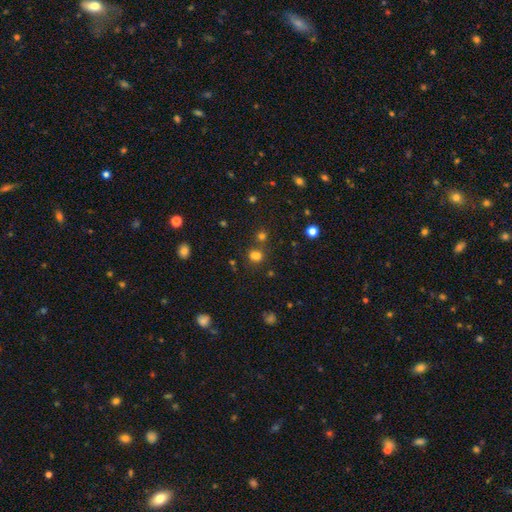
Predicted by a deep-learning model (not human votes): Q: Smooth or featured?
A: smooth (69%); runner-up: star or artifact (23%)
Q: How rounded?
A: round (67%); runner-up: in between (32%)
Q: Merging?
A: none (58%); runner-up: merger (27%)